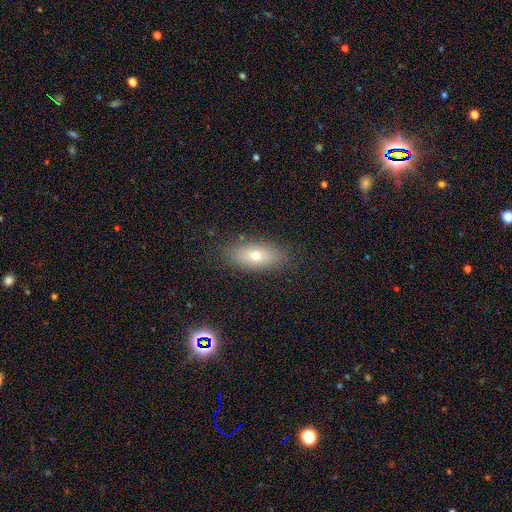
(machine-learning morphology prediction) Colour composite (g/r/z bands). It shows a smooth galaxy with no disk features (68%) that is in between round and cigar-shaped (81%). Merging: none (85%).